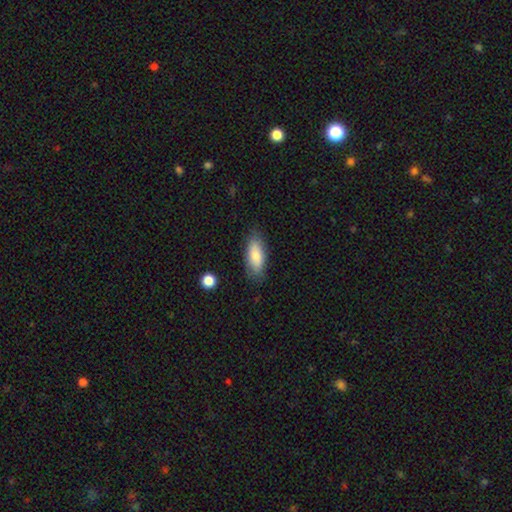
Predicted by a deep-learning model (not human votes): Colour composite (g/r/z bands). It shows a smooth galaxy with no disk features (82%) that is in between round and cigar-shaped (77%). Merging: none (82%).